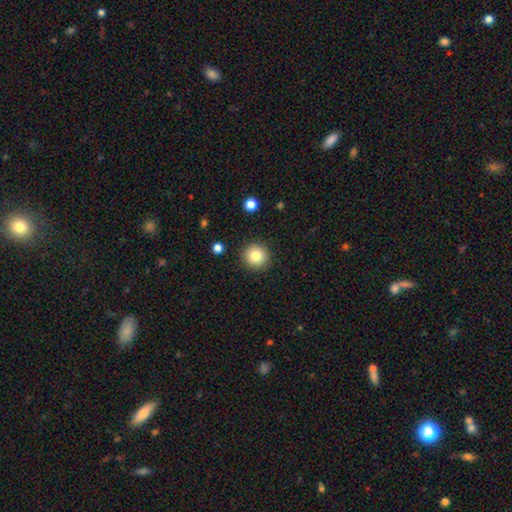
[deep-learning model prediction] Overall: smooth (82%). How rounded: round (95%). Merging: none (91%).